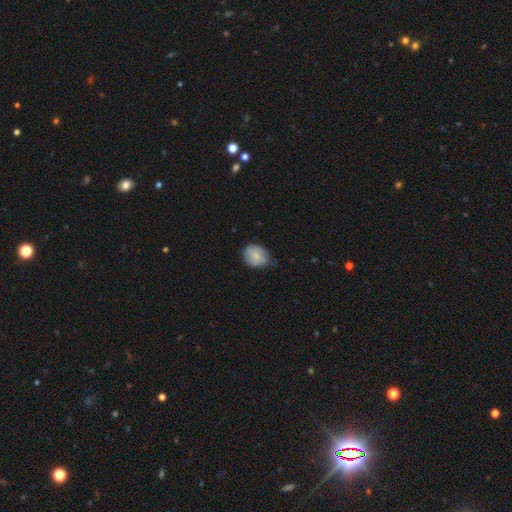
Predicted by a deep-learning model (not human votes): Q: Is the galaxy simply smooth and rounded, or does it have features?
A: smooth — 74%.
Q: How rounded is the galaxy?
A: round — 59%.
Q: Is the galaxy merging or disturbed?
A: none — 54%.